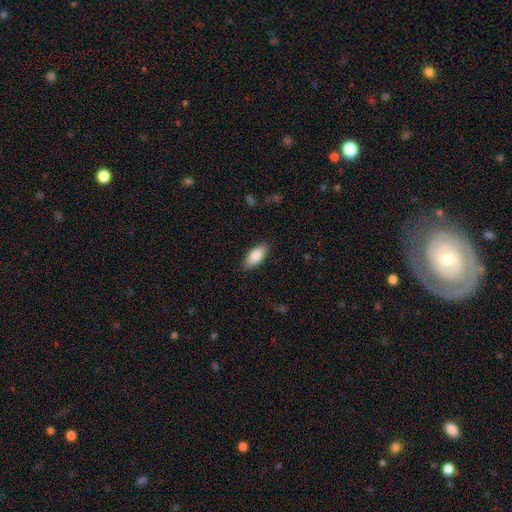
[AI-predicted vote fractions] This is clearly a smooth galaxy (85%). How rounded: clearly in between (88%). Merging: clearly none (87%).